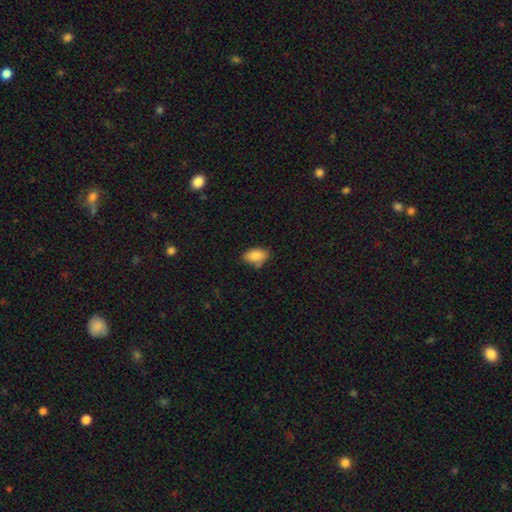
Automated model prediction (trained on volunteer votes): The model was most divided on "merging": none: 68%, minor disturbance: 23%, merger: 5%, major disturbance: 4%. More confident: how rounded — in between (91%); smooth or featured — smooth (85%).